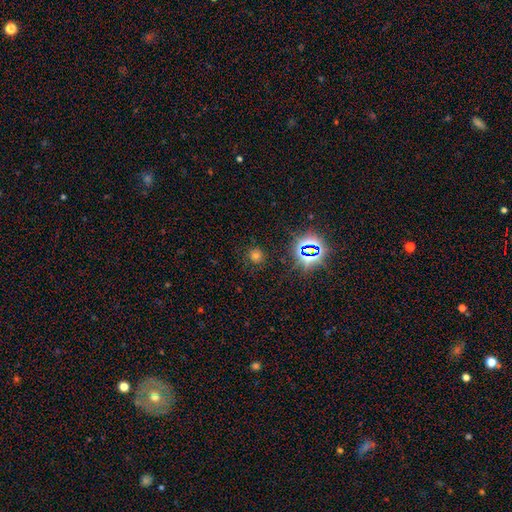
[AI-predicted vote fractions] Smooth or featured?
  - smooth: 54% *
  - star or artifact: 38%
  - featured or disk: 7%
How rounded?
  - round: 89% *
  - in between: 10%
  - cigar-shaped: 1%
Merging?
  - none: 85% *
  - minor disturbance: 9%
  - major disturbance: 4%
  - merger: 2%